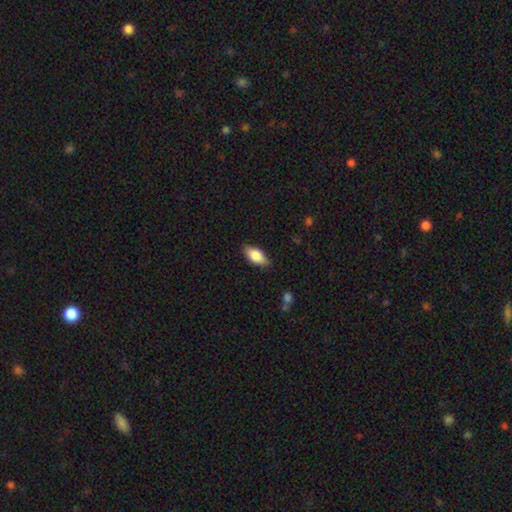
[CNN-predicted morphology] The model was most divided on "smooth or featured": smooth: 80%, featured or disk: 14%, star or artifact: 7%. More confident: how rounded — in between (88%); merging — none (84%).